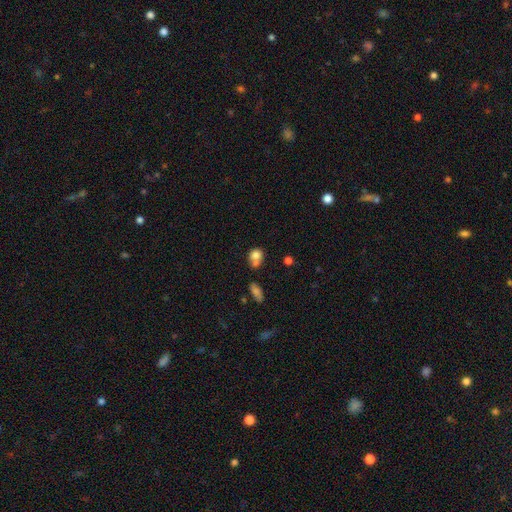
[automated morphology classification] This is likely a smooth galaxy (77%). How rounded: likely round (61%). Merging: marginally merger (42%).